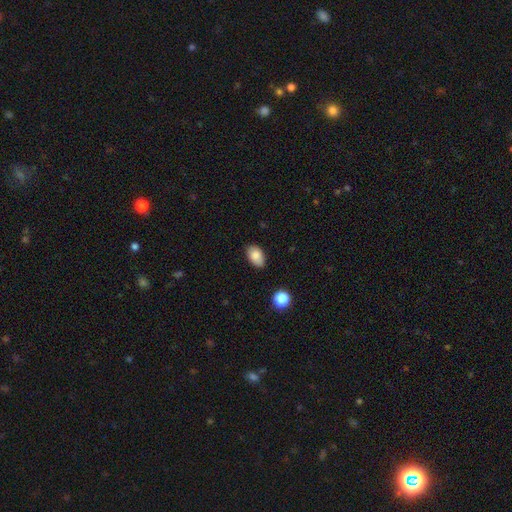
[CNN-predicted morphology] Smooth or featured? smooth (86%)
How rounded? in between (90%)
Merging? none (82%)